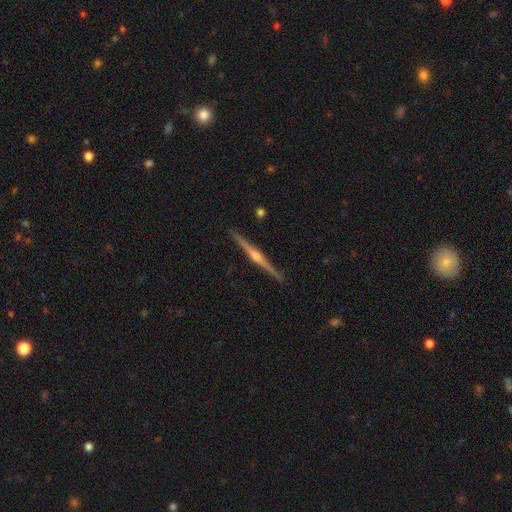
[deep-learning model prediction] Overall: featured or disk (85%). Edge-on disk: yes (99%). Edge-on bulge: rounded (86%). Merging: none (92%).